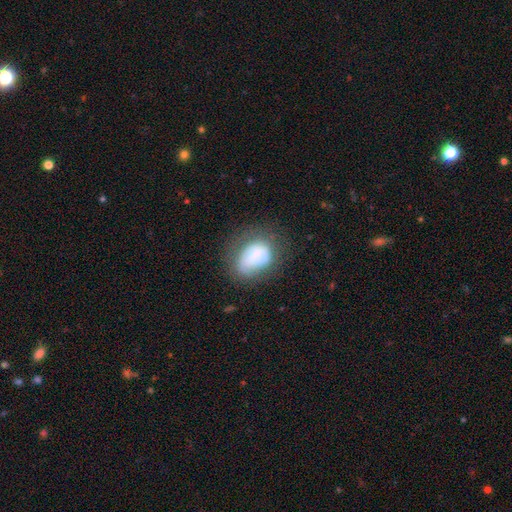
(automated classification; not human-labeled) This is likely a smooth galaxy (65%). How rounded: likely in between (74%). Merging: possibly none (49%).